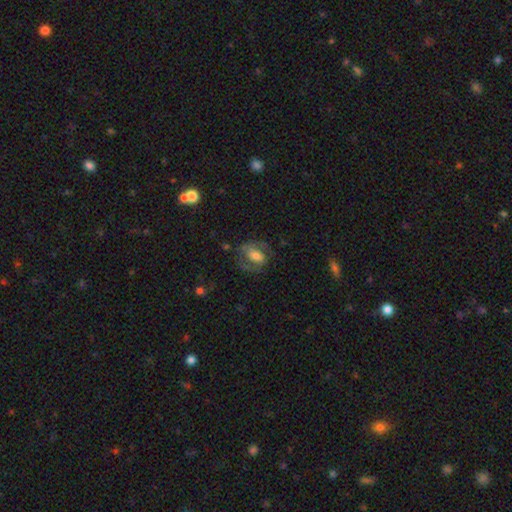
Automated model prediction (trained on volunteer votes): smooth-or-featured: featured or disk: 53% | smooth: 40% | star or artifact: 8%
  disk-edge-on: no: 95% | yes: 5%
  merging: none: 59% | minor disturbance: 20% | major disturbance: 19% | merger: 2%